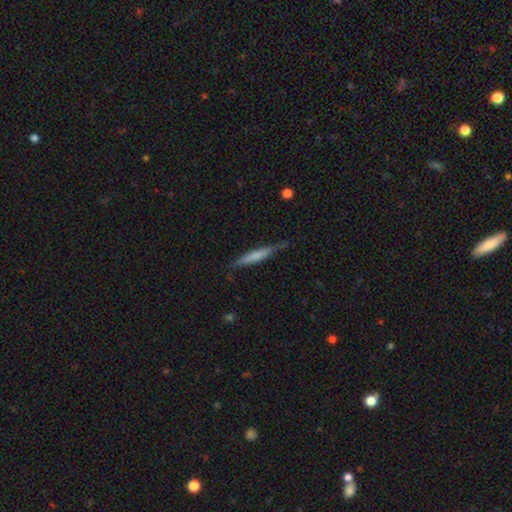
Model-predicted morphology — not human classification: Smooth or featured? Predicted: smooth (p=0.58). How rounded? Predicted: cigar-shaped (p=0.93). Merging? Predicted: none (p=0.75).